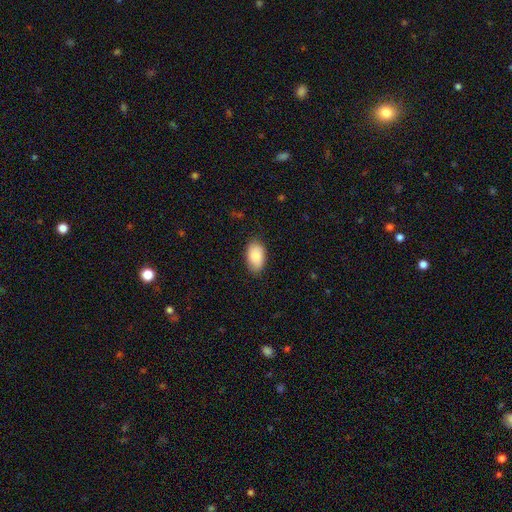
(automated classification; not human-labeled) smooth-or-featured: smooth: 87% | featured or disk: 7% | star or artifact: 6%
  how-rounded: in between: 94% | round: 5% | cigar-shaped: 2%
  merging: none: 82% | minor disturbance: 14% | major disturbance: 3% | merger: 1%